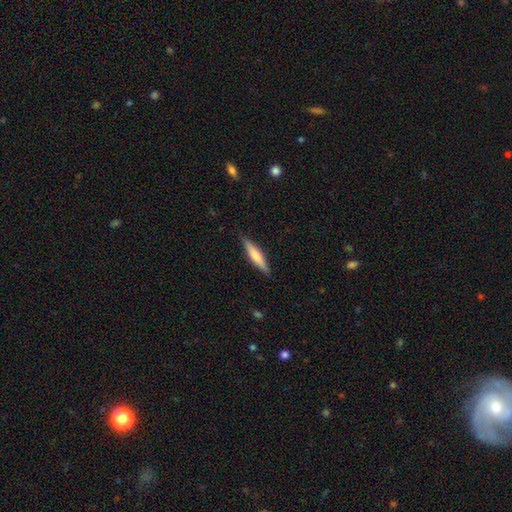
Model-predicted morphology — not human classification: smooth_or_featured: smooth (p=0.56) [alt: featured or disk p=0.38]
how_rounded: cigar-shaped (p=0.85) [alt: in between p=0.14]
merging: none (p=0.88) [alt: minor disturbance p=0.09]